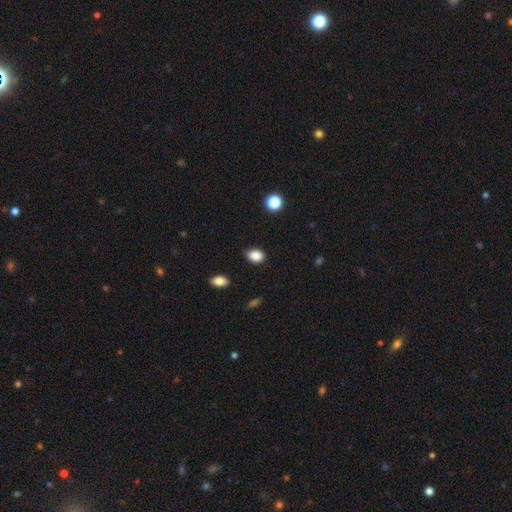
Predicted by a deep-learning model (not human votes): Smooth or featured?
  - smooth: 86% *
  - star or artifact: 10%
  - featured or disk: 4%
How rounded?
  - in between: 63% *
  - round: 36%
  - cigar-shaped: 1%
Merging?
  - none: 80% *
  - minor disturbance: 16%
  - major disturbance: 3%
  - merger: 1%